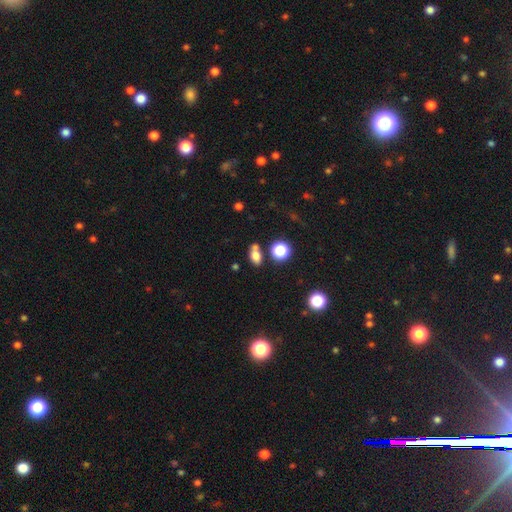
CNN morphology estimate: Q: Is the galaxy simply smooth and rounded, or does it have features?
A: smooth — 76%.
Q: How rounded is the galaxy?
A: in between — 71%.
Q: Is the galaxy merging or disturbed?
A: none — 55%.